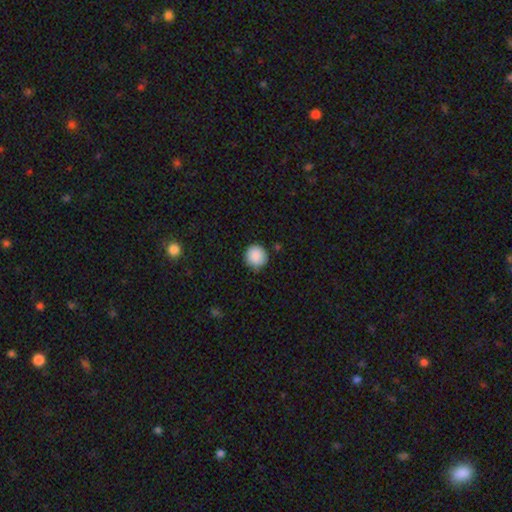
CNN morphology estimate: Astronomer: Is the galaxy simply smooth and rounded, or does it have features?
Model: smooth — 89%.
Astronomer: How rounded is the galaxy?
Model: round — 94%.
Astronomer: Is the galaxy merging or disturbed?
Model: none — 87%.